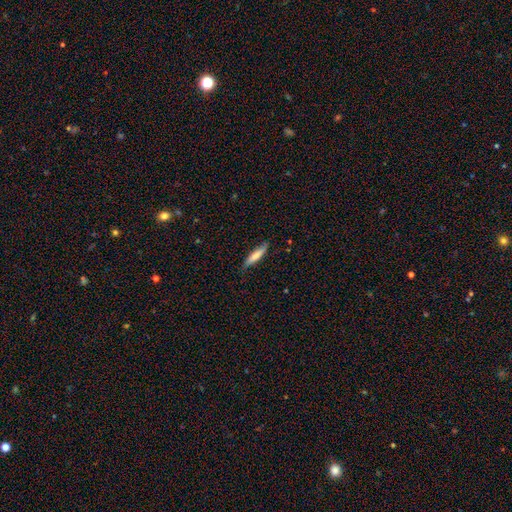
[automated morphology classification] Smooth or featured: smooth — 71% (featured or disk — 23%)
How rounded: cigar-shaped — 83% (in between — 15%)
Merging: none — 78% (minor disturbance — 18%)